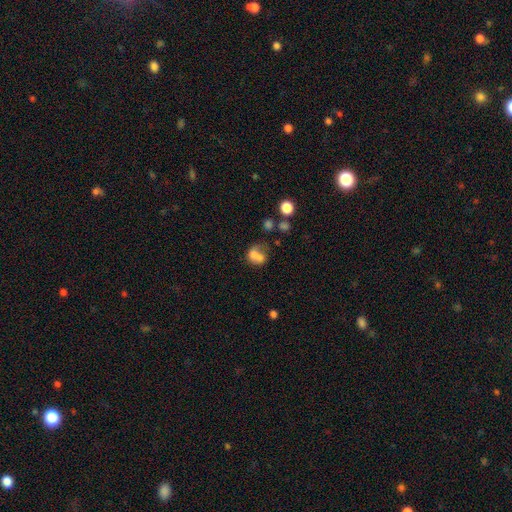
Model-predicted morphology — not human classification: Smooth or featured?
  - smooth: 65% *
  - featured or disk: 23%
  - star or artifact: 12%
How rounded?
  - round: 49% * (tied)
  - in between: 49% * (tied)
  - cigar-shaped: 1%
Merging?
  - merger: 56% *
  - none: 22%
  - major disturbance: 12%
  - minor disturbance: 10%